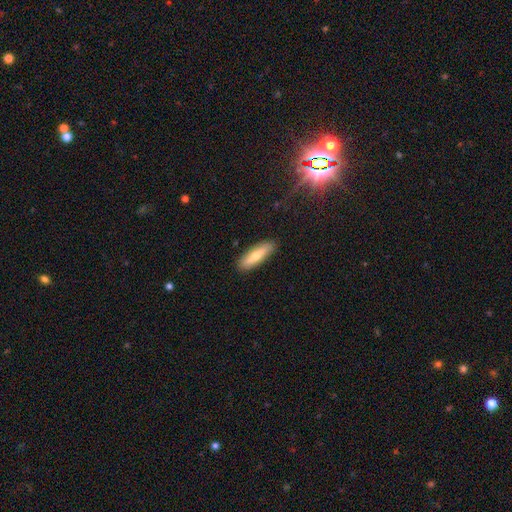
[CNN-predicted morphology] type=smooth (70%); roundness=cigar-shaped (63%); merging=none (88%).